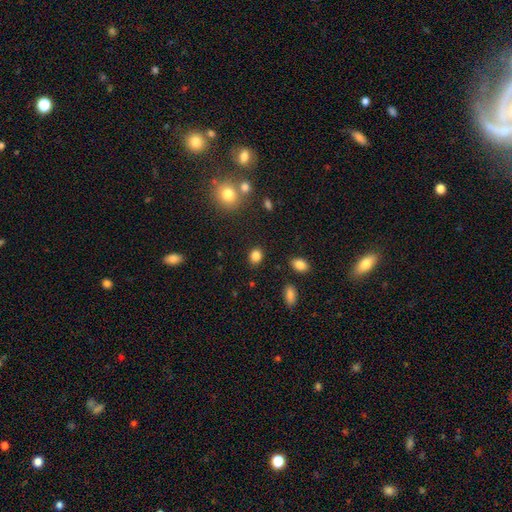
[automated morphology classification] Q: Smooth or featured?
A: smooth (85%); runner-up: star or artifact (11%)
Q: How rounded?
A: round (55%); runner-up: in between (44%)
Q: Merging?
A: none (84%); runner-up: minor disturbance (9%)